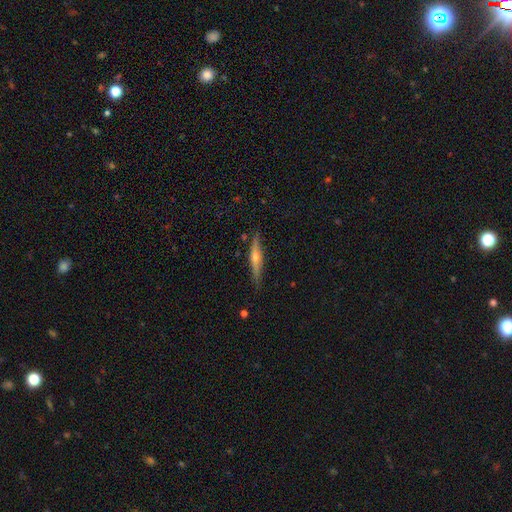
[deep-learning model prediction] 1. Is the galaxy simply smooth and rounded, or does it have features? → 70% featured or disk, 24% smooth, 6% star or artifact.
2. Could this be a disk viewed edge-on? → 97% yes, 3% no.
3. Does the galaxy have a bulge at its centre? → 86% rounded, 8% none, 6% boxy.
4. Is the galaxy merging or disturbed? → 87% none, 10% minor disturbance, 2% major disturbance, 1% merger.